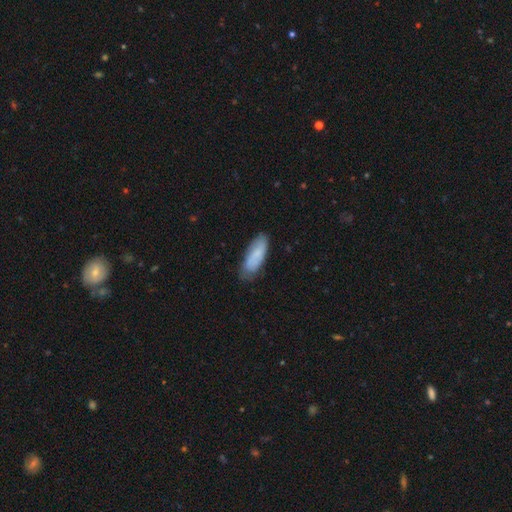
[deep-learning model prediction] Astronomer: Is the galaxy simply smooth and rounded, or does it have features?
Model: smooth — 72%.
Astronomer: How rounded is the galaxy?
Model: in between — 67%.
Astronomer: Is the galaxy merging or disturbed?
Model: none — 74%.